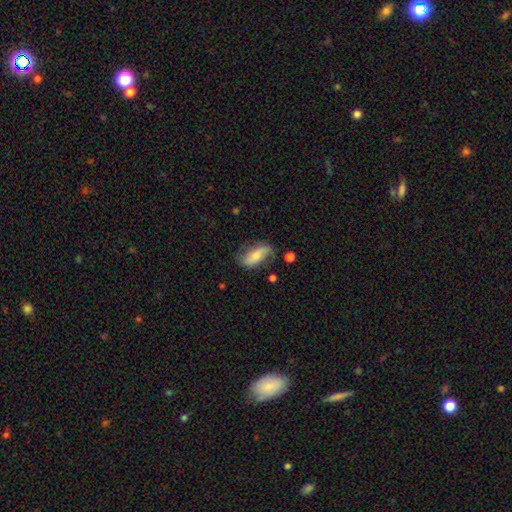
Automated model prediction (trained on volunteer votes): smooth-or-featured: smooth: 49% | featured or disk: 44% | star or artifact: 7%
  merging: none: 58% | minor disturbance: 27% | major disturbance: 12% | merger: 3%